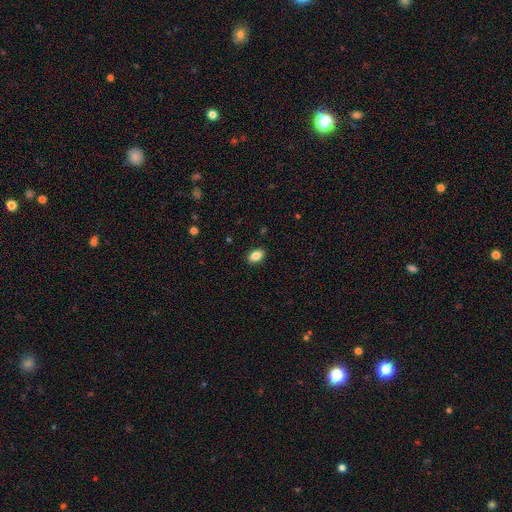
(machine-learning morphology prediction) smooth 87%, star or artifact 8%, featured or disk 5%. Down the decision tree: how rounded — in between (87%); merging — none (90%).